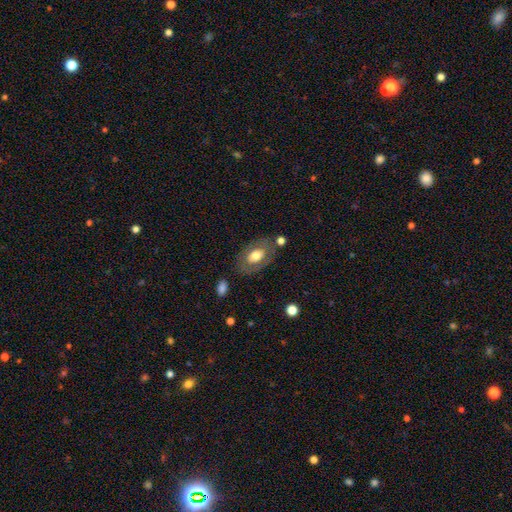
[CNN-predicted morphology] smooth 59%, featured or disk 35%, star or artifact 7%. Down the decision tree: how rounded — in between (88%); merging — none (75%).